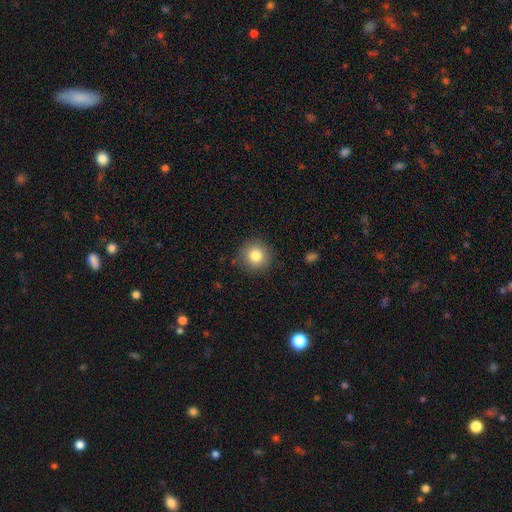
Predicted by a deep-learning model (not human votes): Overall: smooth (82%). How rounded: round (93%). Merging: none (88%).